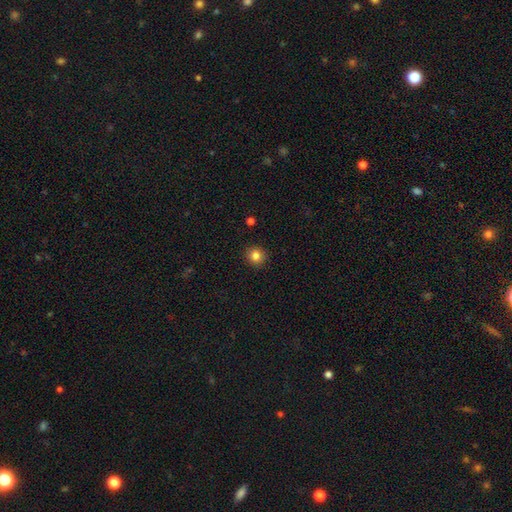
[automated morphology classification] smooth 83%, star or artifact 11%, featured or disk 5%. Down the decision tree: how rounded — round (90%); merging — none (91%).